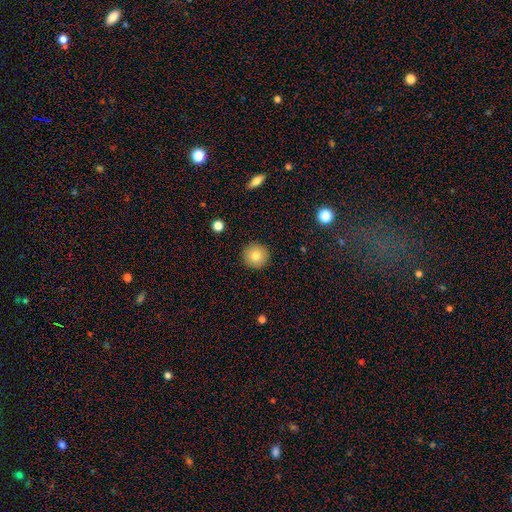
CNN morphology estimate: Smooth or featured? Predicted: smooth (p=0.81). How rounded? Predicted: round (p=0.95). Merging? Predicted: none (p=0.92).